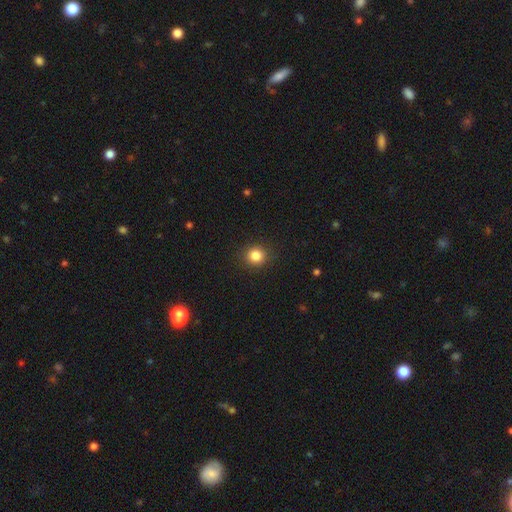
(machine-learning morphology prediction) A smooth galaxy with no disk features (84%) that is round (90%). Merging: none (90%).